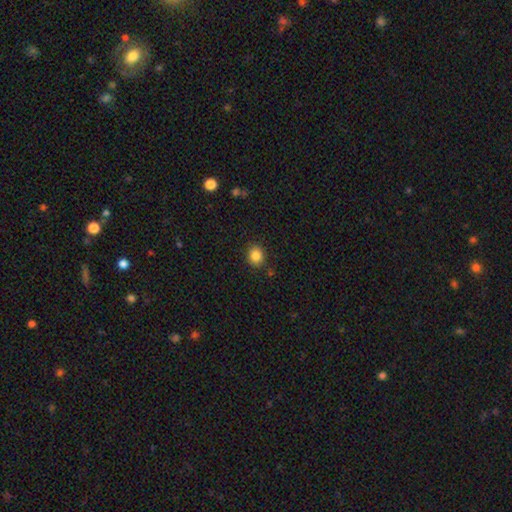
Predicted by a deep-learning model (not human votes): This appears to be a smooth galaxy with no disk features (85%) that is round (68%). Merging: none (86%).